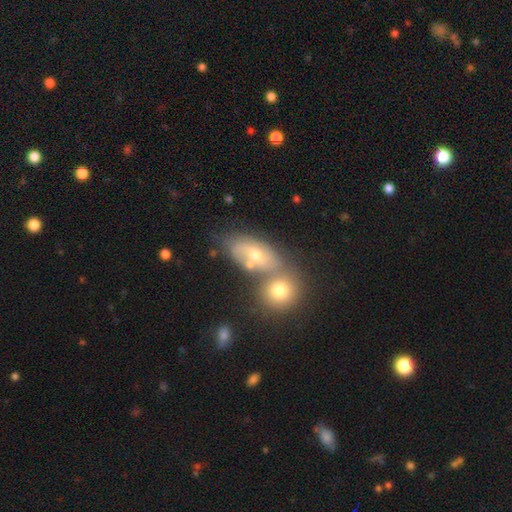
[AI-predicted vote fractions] Smooth or featured?
  - featured or disk: 44% * (tied)
  - smooth: 44% * (tied)
  - star or artifact: 13%
Merging?
  - merger: 42% *
  - none: 39%
  - minor disturbance: 13%
  - major disturbance: 6%